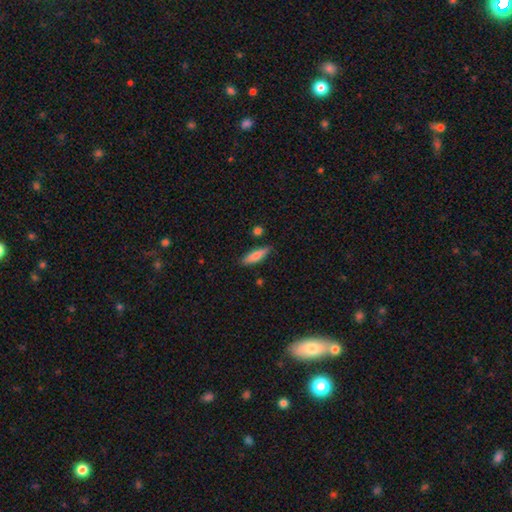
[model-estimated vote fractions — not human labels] The model was most divided on "how rounded": cigar-shaped: 62%, in between: 36%, round: 2%. More confident: merging — none (82%); smooth or featured — smooth (78%).